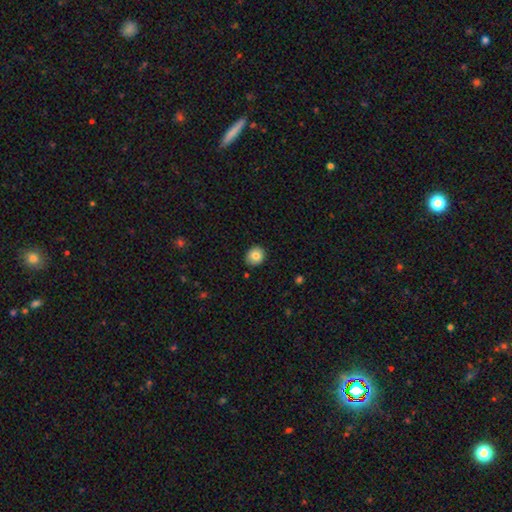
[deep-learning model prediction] Morphology: type=smooth (82%); roundness=round (76%); merging=none (87%).